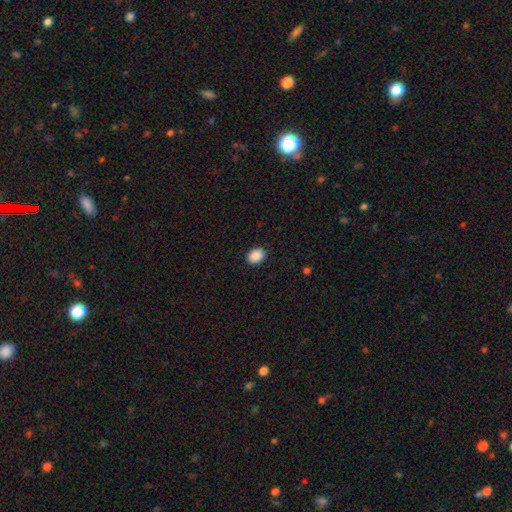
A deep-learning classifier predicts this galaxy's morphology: Overall: smooth (90%). How rounded: in between (65%; round 34%). Merging: none (90%).